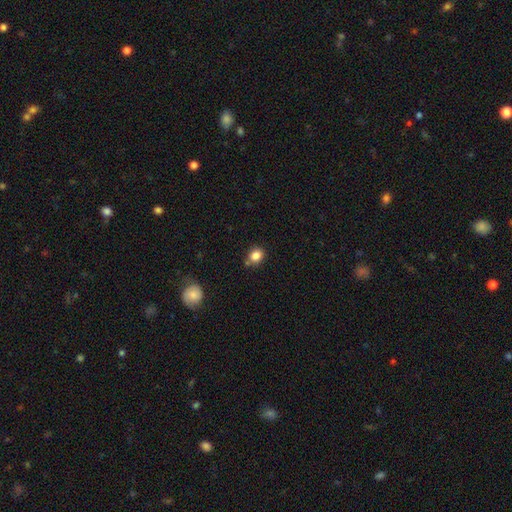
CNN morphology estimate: Overall: smooth (84%). How rounded: round (69%; in between 30%). Merging: none (73%).